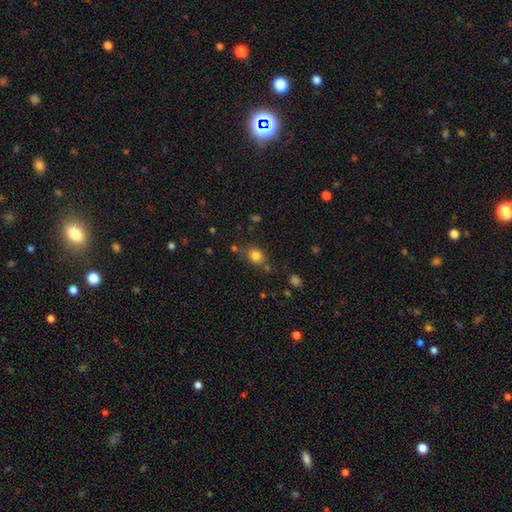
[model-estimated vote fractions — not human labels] smooth 81%, star or artifact 12%, featured or disk 7%. Down the decision tree: how rounded — round (61%); merging — none (67%).